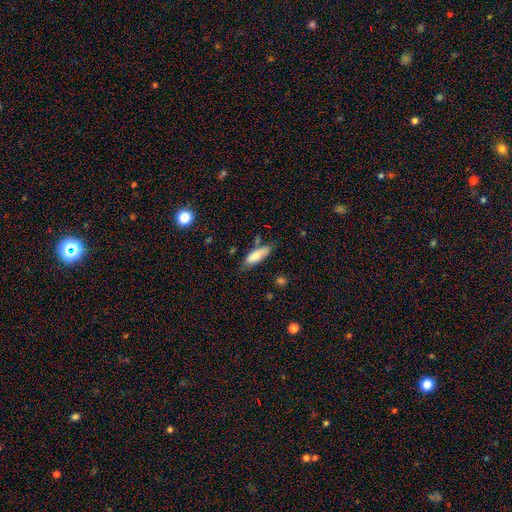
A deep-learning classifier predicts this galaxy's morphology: smooth 82%, featured or disk 12%, star or artifact 6%. Down the decision tree: how rounded — in between (60%); merging — none (64%).